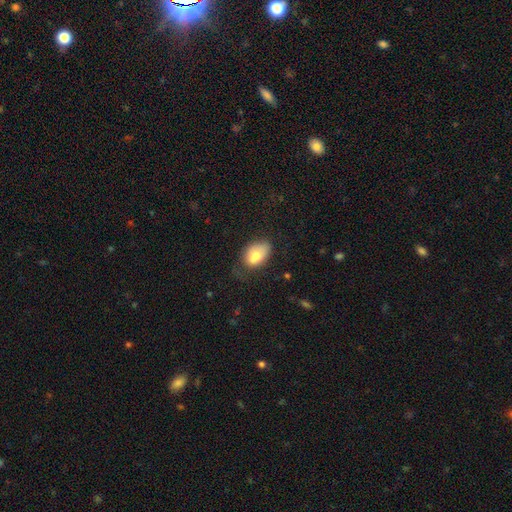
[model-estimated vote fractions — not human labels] This is likely a smooth galaxy (74%). How rounded: clearly in between (87%). Merging: possibly none (49%).